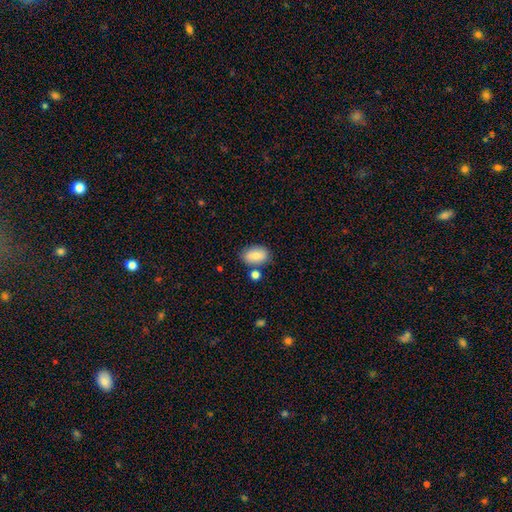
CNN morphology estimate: This appears to be a smooth galaxy with no disk features (83%) that is in between round and cigar-shaped (88%). Merging: none (73%).